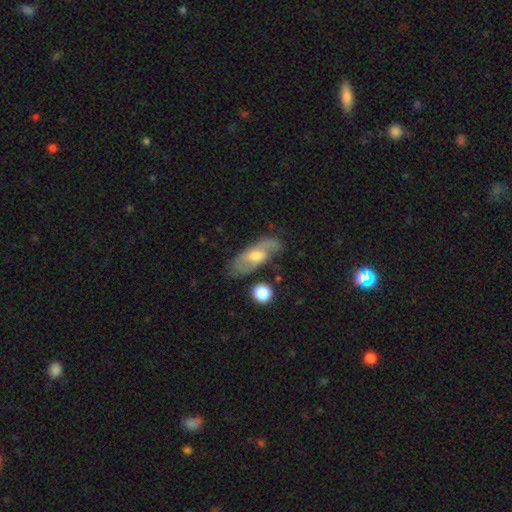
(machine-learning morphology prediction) featured or disk 60%, smooth 32%, star or artifact 8%. Down the decision tree: edge-on disk — no (81%); merging — none (68%).